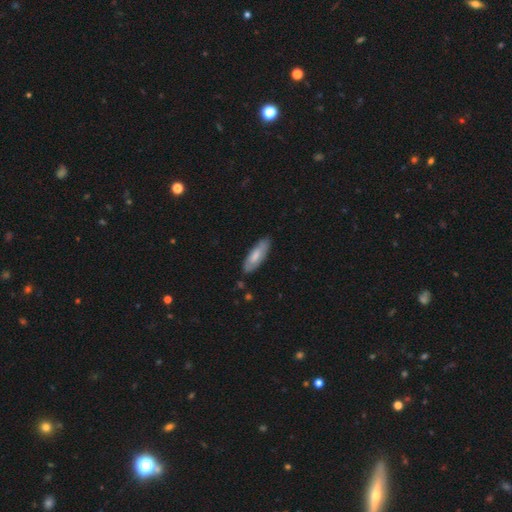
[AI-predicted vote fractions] The model was most divided on "how rounded": in between: 56%, cigar-shaped: 43%, round: 2%. More confident: merging — none (80%); smooth or featured — smooth (67%).